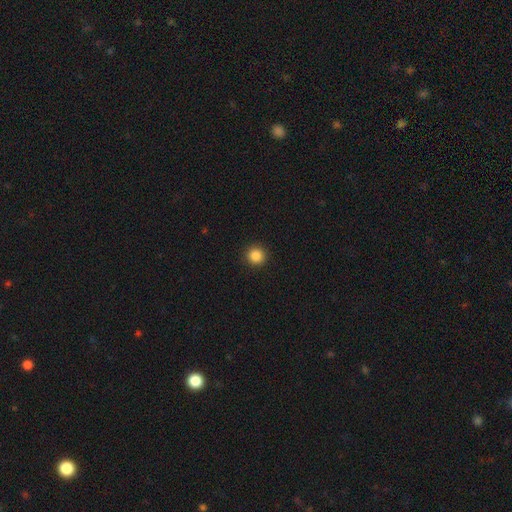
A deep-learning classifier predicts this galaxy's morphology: Q: Smooth or featured?
A: smooth (86%); runner-up: star or artifact (11%)
Q: How rounded?
A: round (94%); runner-up: in between (5%)
Q: Merging?
A: none (92%); runner-up: minor disturbance (5%)